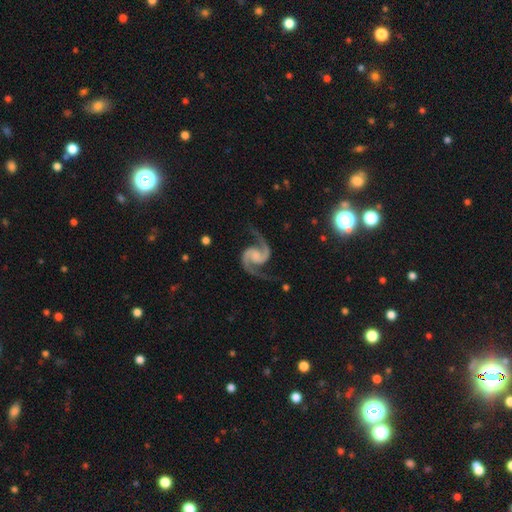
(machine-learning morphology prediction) Smooth or featured: featured or disk — 94% (star or artifact — 3%)
Edge-on disk: no — 99% (yes — 1%)
Bar: no — 58% (weak — 31%)
Spiral arms: yes — 99% (no — 1%)
Spiral winding: medium — 60% (loose — 28%)
Spiral arm count: 2 — 95% (1 — 1%)
Bulge size: none — 45% (small — 24%)
Merging: none — 80% (minor disturbance — 13%)